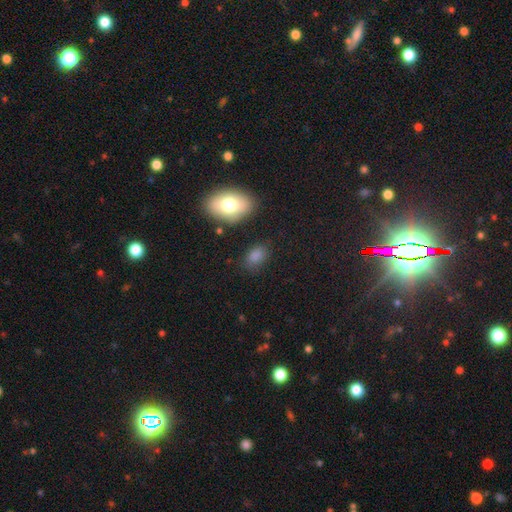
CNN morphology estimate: A smooth galaxy with no disk features (83%) that is in between round and cigar-shaped (87%). Merging: none (75%).